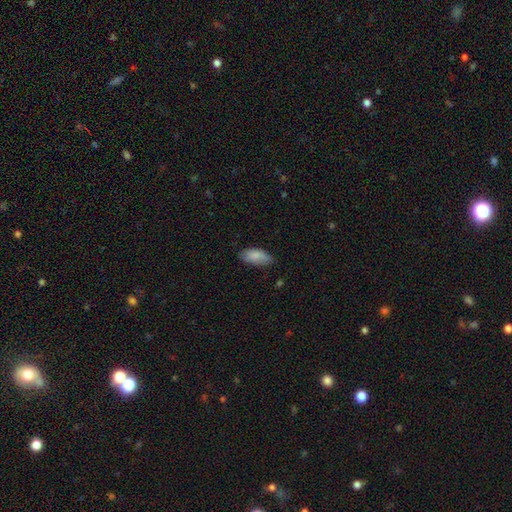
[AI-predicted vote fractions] smooth 84%, featured or disk 9%, star or artifact 6%. Down the decision tree: how rounded — in between (89%); merging — none (70%).